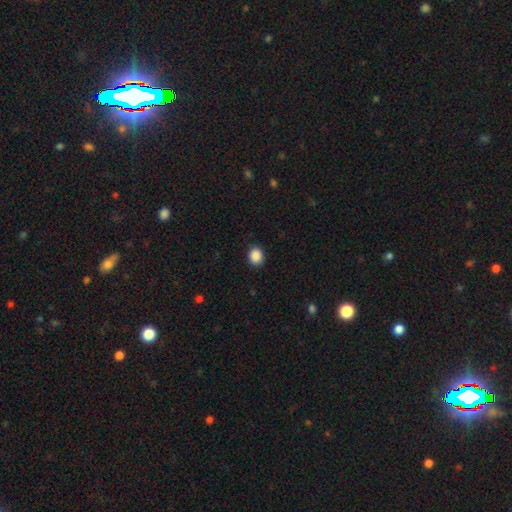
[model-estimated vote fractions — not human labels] smooth-or-featured: smooth: 89% | star or artifact: 9% | featured or disk: 2%
  how-rounded: round: 62% | in between: 37% | cigar-shaped: 1%
  merging: none: 89% | minor disturbance: 8% | major disturbance: 2% | merger: 1%